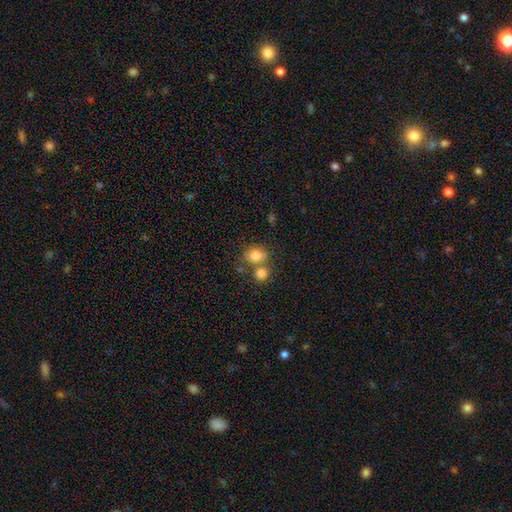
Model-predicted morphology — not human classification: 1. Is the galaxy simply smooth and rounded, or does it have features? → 81% smooth, 10% star or artifact, 9% featured or disk.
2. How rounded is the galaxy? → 64% round, 35% in between, 1% cigar-shaped.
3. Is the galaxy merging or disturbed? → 52% none, 34% merger, 10% minor disturbance, 4% major disturbance.